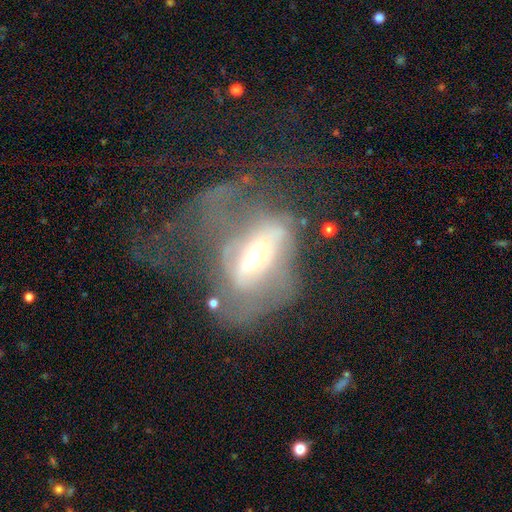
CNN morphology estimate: Smooth or featured: featured or disk — 62% (smooth — 28%)
Edge-on disk: no — 87% (yes — 13%)
Bar: no — 45% (weak — 29%)
Spiral arms: no — 64% (yes — 36%)
Bulge size: moderate — 52% (small — 34%)
Merging: major disturbance — 64% (none — 16%)